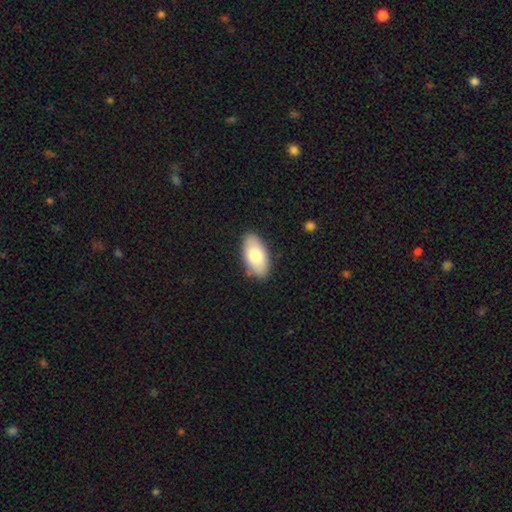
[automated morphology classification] Q: Smooth or featured?
A: smooth (77%); runner-up: featured or disk (18%)
Q: How rounded?
A: in between (94%); runner-up: cigar-shaped (3%)
Q: Merging?
A: none (85%); runner-up: minor disturbance (11%)